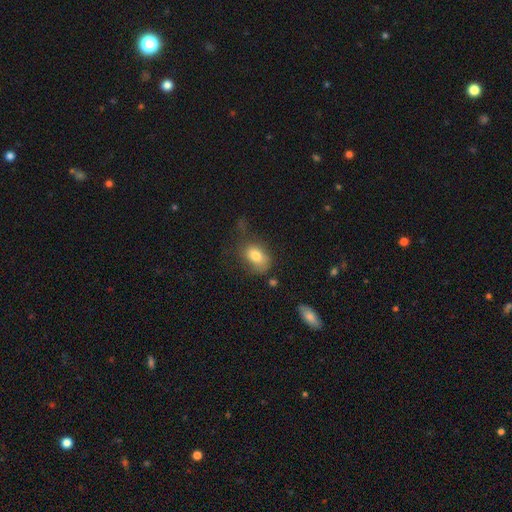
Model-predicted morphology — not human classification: Overall: smooth (78%). How rounded: in between (77%). Merging: none (51%; minor disturbance 28%).